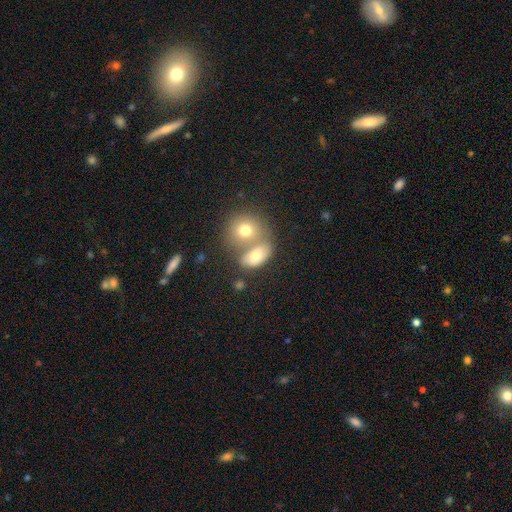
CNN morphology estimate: Smooth or featured? Predicted: smooth (p=0.71). How rounded? Predicted: in between (p=0.72). Merging? Predicted: merger (p=0.53).